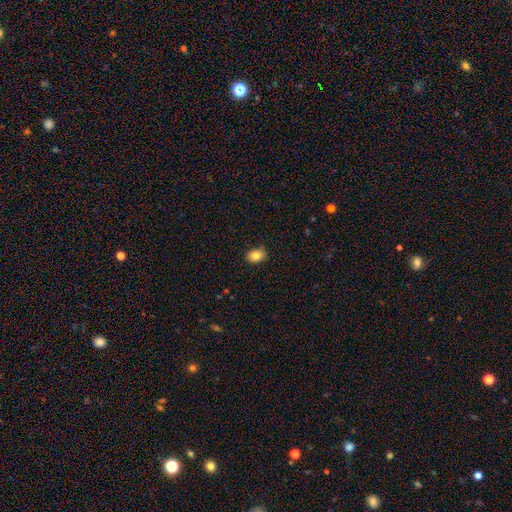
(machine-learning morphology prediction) type=smooth (85%); roundness=in between (74%); merging=none (86%).